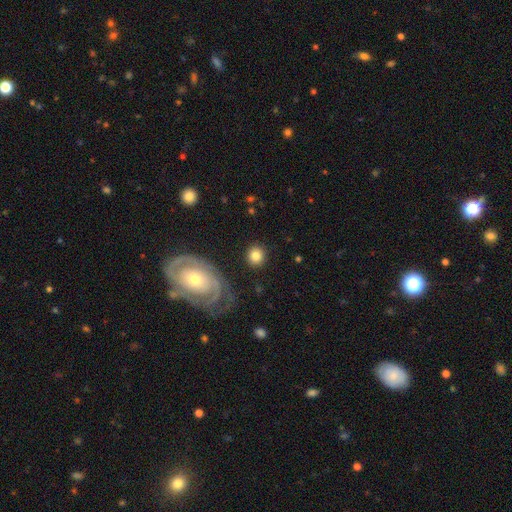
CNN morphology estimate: Smooth or featured? smooth (81%)
How rounded? round (88%)
Merging? none (88%)